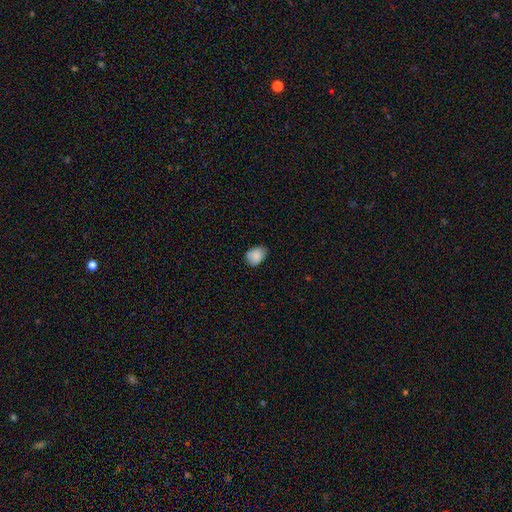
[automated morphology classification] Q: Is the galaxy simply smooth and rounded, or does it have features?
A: smooth — 86%.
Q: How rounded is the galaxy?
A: in between — 61%.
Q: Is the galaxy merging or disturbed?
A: none — 69%.